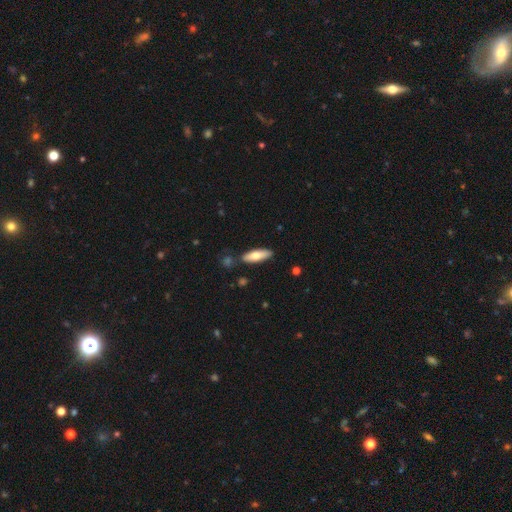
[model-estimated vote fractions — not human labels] Smooth or featured? smooth (70%)
How rounded? in between (51%)
Merging? none (83%)